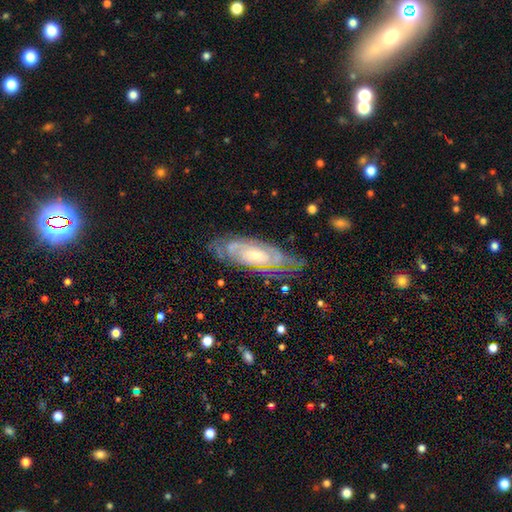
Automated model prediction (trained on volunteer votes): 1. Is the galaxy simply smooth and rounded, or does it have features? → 86% featured or disk, 8% smooth, 6% star or artifact.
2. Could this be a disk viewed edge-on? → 91% no, 9% yes.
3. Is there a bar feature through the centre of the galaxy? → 69% no, 24% weak, 8% strong.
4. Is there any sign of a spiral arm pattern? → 95% yes, 5% no.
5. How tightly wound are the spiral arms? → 76% tight, 20% medium, 4% loose.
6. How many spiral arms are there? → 36% can't tell, 33% 2, 14% 3, 8% 4, 5% more than 4, 5% 1.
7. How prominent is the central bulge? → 62% small, 34% moderate, 2% large, 2% none, 1% dominant.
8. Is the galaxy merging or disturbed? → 73% none, 18% minor disturbance, 7% major disturbance, 2% merger.